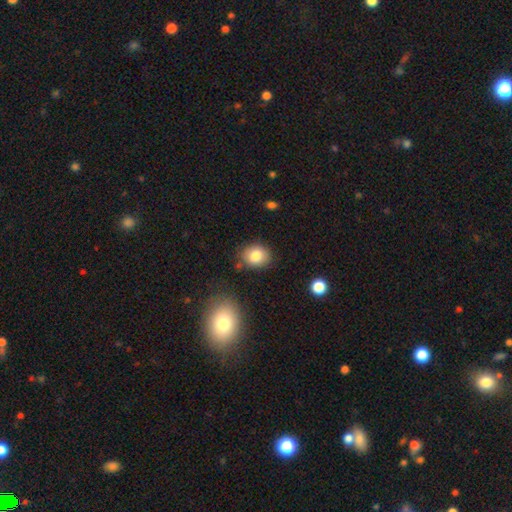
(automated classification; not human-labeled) Overall: smooth (82%). How rounded: round (61%; in between 38%). Merging: none (80%).